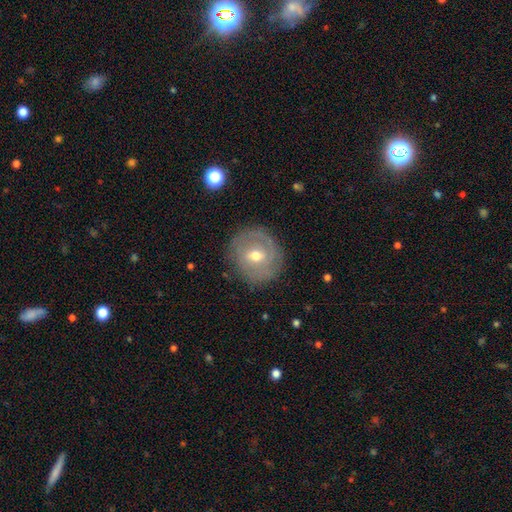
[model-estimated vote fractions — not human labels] Morphology: type=featured or disk (63%); edge-on=no (96%); bar=no (49%); spiral arms=yes (70%); bulge=moderate (62%); merging=none (81%).